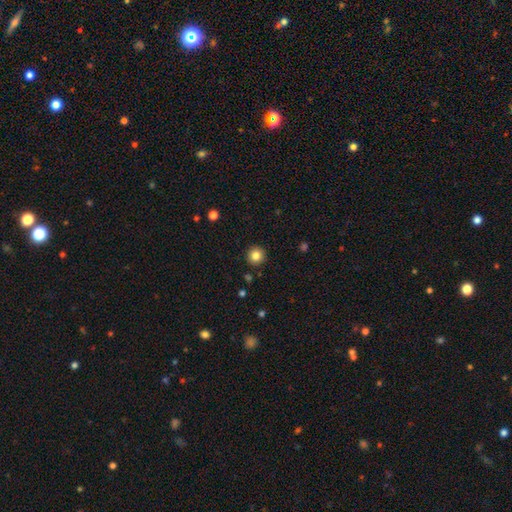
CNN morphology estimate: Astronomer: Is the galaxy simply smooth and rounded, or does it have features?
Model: smooth — 84%.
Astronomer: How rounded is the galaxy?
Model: round — 95%.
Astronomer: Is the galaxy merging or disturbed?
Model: none — 92%.